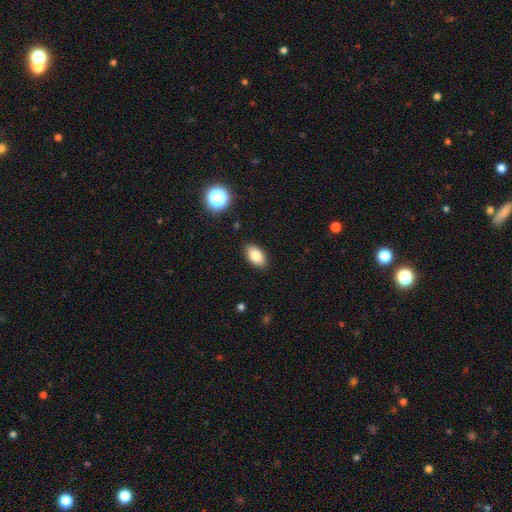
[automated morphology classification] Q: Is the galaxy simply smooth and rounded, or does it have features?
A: smooth — 83%.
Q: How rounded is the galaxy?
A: in between — 92%.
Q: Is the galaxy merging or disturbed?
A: none — 87%.